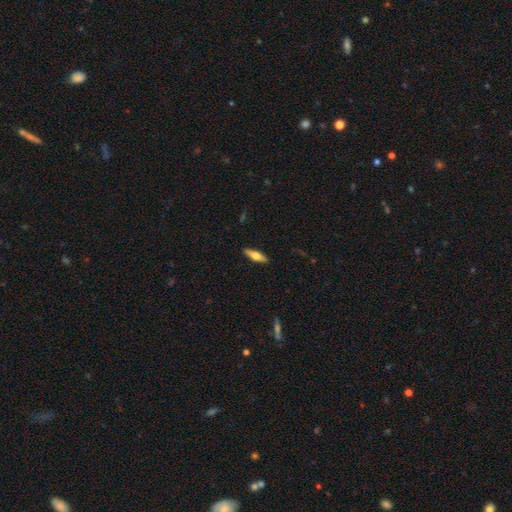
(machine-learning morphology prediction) This is possibly a smooth galaxy (48%). Merging: clearly none (90%).